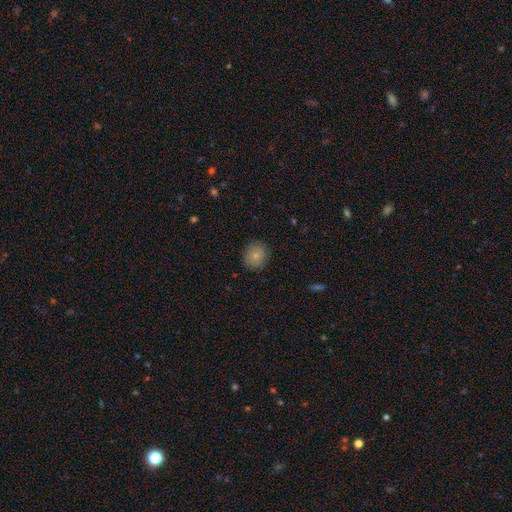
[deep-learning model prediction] This appears to be a smooth galaxy with no disk features (81%) that is round (83%). Merging: none (87%).